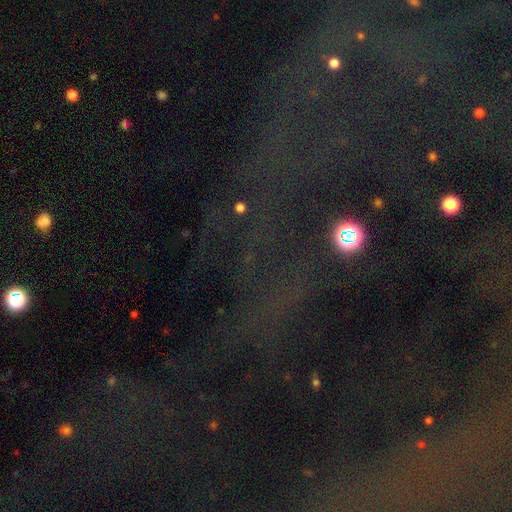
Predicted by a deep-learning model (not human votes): Q: Smooth or featured?
A: star or artifact (74%); runner-up: smooth (13%)